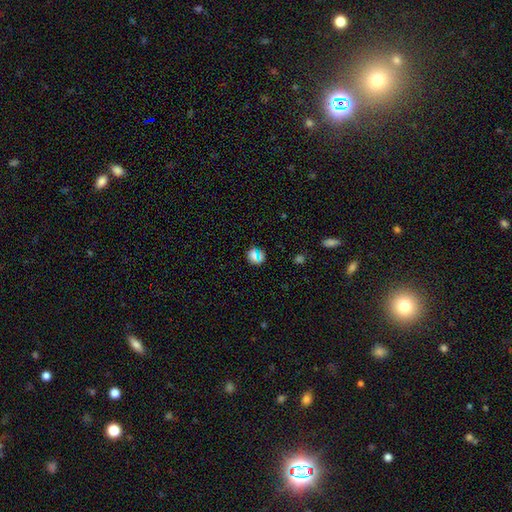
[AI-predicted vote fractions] A smooth galaxy with no disk features (61%) that is round (86%).

Vote fractions:
- Smooth or featured? smooth: 61% / star or artifact: 32% / featured or disk: 7%
- How rounded? round: 86% / in between: 12% / cigar-shaped: 2%
- Merging? none: 84% / minor disturbance: 10% / major disturbance: 4% / merger: 3%